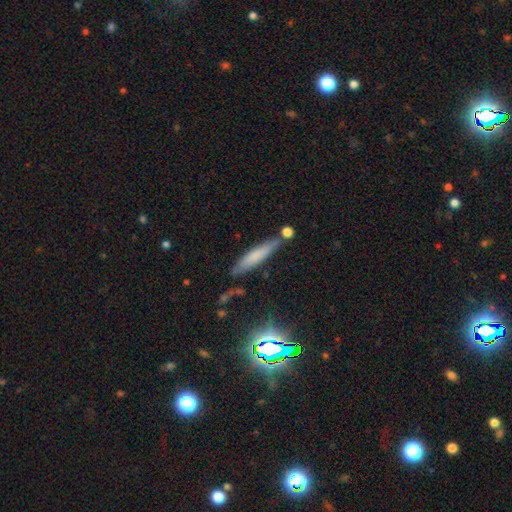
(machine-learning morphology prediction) A smooth galaxy with no disk features (64%) that is cigar-shaped (88%).

Vote fractions:
- Smooth or featured? smooth: 64% / featured or disk: 25% / star or artifact: 11%
- How rounded? cigar-shaped: 88% / in between: 10% / round: 2%
- Merging? none: 71% / minor disturbance: 17% / merger: 8% / major disturbance: 4%